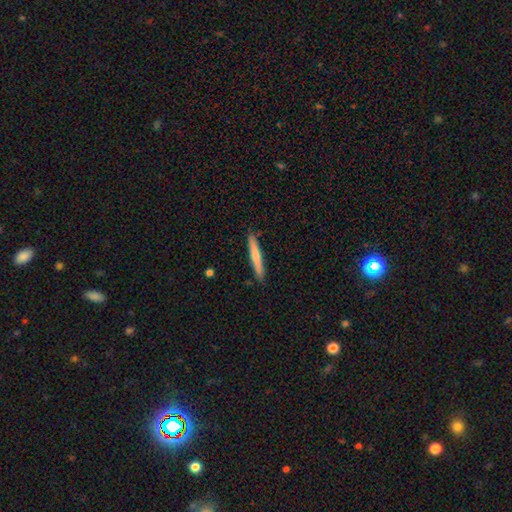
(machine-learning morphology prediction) Q: Smooth or featured?
A: smooth (66%); runner-up: featured or disk (29%)
Q: How rounded?
A: cigar-shaped (95%); runner-up: in between (3%)
Q: Merging?
A: none (90%); runner-up: minor disturbance (8%)